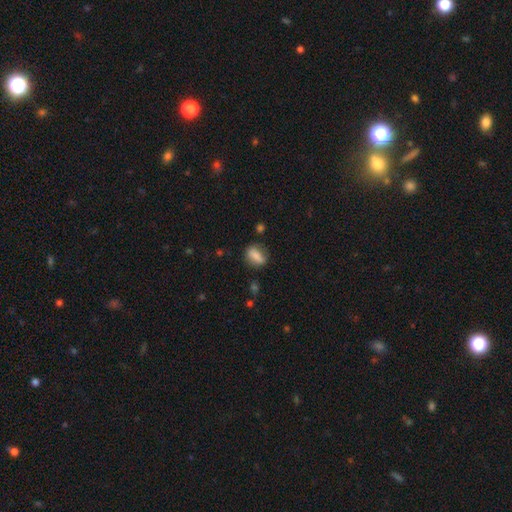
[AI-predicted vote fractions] This is likely a smooth galaxy (78%). How rounded: likely in between (72%). Merging: likely none (72%).